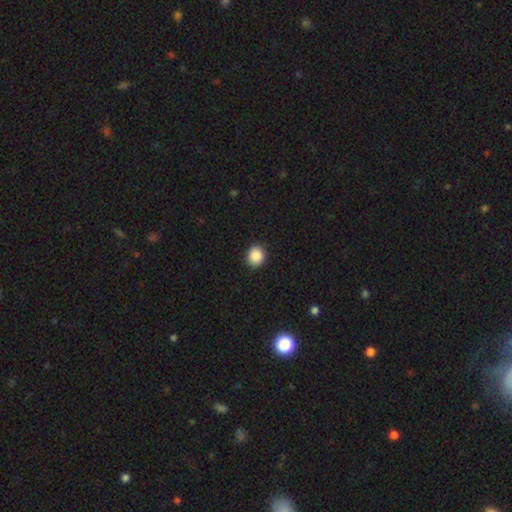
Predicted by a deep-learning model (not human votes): Smooth or featured? Predicted: smooth (p=0.88). How rounded? Predicted: round (p=0.84). Merging? Predicted: none (p=0.91).